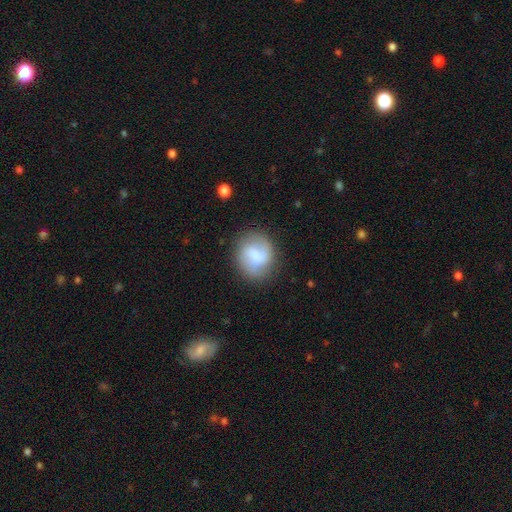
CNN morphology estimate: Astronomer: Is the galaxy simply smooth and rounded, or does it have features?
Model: smooth — 53% (runner-up: featured or disk, 39%).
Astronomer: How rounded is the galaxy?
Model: round — 76%.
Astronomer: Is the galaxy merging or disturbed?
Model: none — 74%.